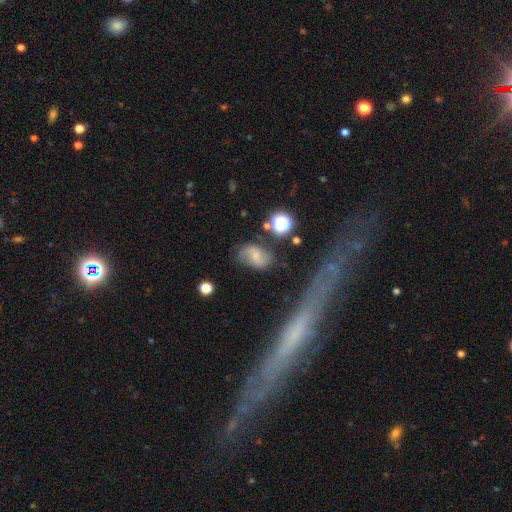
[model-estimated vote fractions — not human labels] Smooth or featured? smooth (46%)
Merging? none (65%)